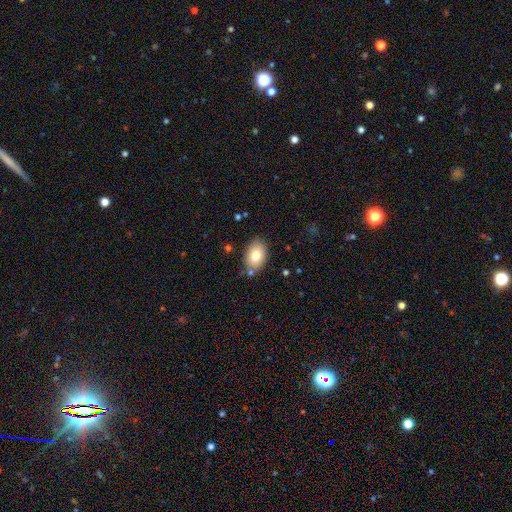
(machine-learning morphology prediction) This is likely a smooth galaxy (79%). How rounded: clearly in between (84%). Merging: likely none (79%).